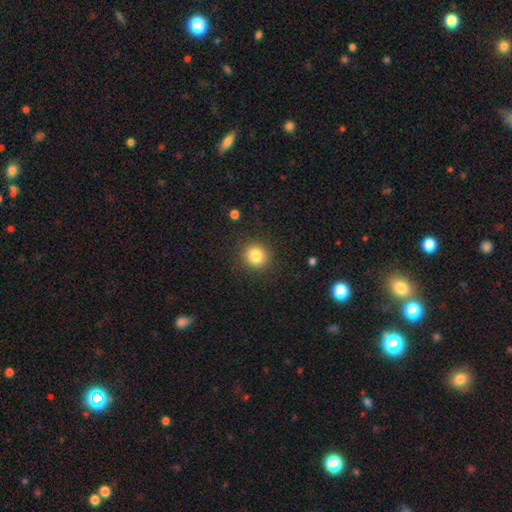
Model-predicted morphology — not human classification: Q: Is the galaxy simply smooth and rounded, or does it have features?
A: smooth — 83%.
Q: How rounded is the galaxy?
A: round — 90%.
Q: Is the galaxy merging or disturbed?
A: none — 90%.